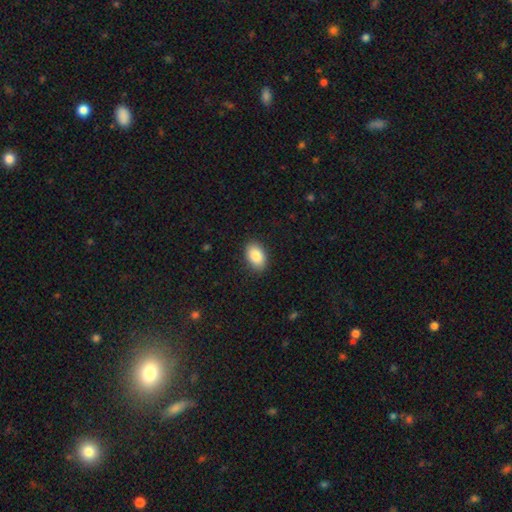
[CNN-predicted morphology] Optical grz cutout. It shows a smooth galaxy with no disk features (87%) that is in between round and cigar-shaped (90%). Merging: none (88%).